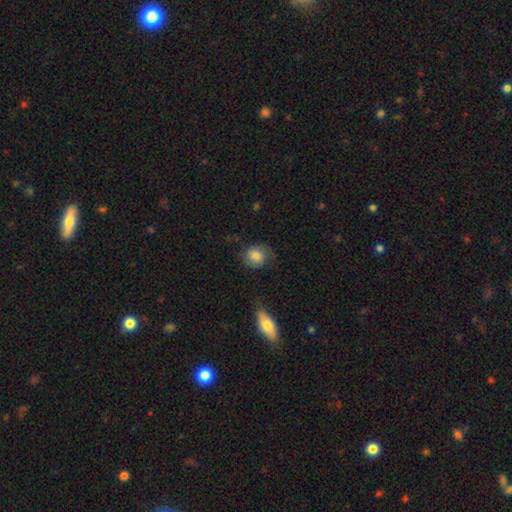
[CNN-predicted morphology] Smooth or featured? smooth (70%)
How rounded? round (70%)
Merging? none (63%)